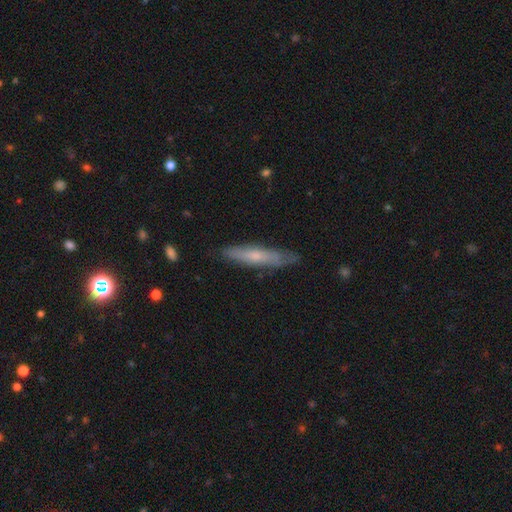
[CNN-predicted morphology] A smooth galaxy with no disk features (52%) that is cigar-shaped (88%).

Vote fractions:
- Smooth or featured? smooth: 52% / featured or disk: 42% / star or artifact: 6%
- How rounded? cigar-shaped: 88% / in between: 11% / round: 1%
- Merging? none: 79% / minor disturbance: 17% / major disturbance: 3% / merger: 1%